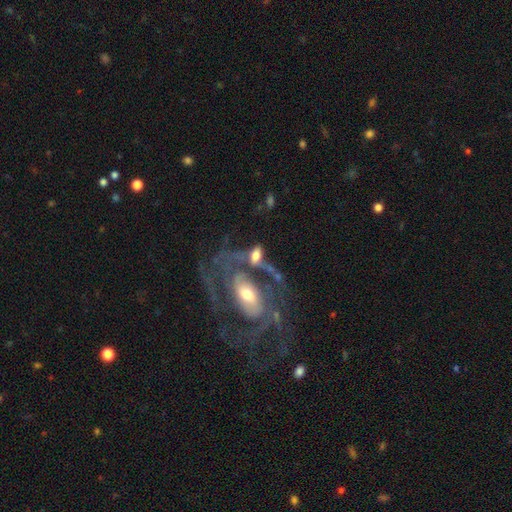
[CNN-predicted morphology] featured or disk 57%, smooth 33%, star or artifact 10%. Down the decision tree: edge-on disk — no (79%); merging — merger (37%).